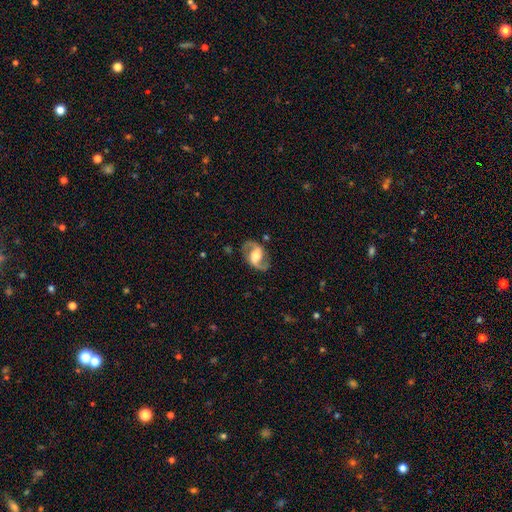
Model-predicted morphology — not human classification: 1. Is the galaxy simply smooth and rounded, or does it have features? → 86% featured or disk, 9% smooth, 5% star or artifact.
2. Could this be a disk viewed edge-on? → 97% no, 3% yes.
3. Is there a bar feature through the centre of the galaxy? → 43% weak, 31% strong, 26% no.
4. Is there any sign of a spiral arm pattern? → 95% yes, 5% no.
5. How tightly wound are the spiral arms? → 48% medium, 40% loose, 11% tight.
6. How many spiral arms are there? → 93% 2, 2% can't tell, 2% 1, 1% 3, 1% 4, 1% more than 4.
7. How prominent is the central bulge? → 49% moderate, 30% large, 14% small, 4% none, 3% dominant.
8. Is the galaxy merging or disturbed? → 82% none, 12% minor disturbance, 5% major disturbance, 1% merger.